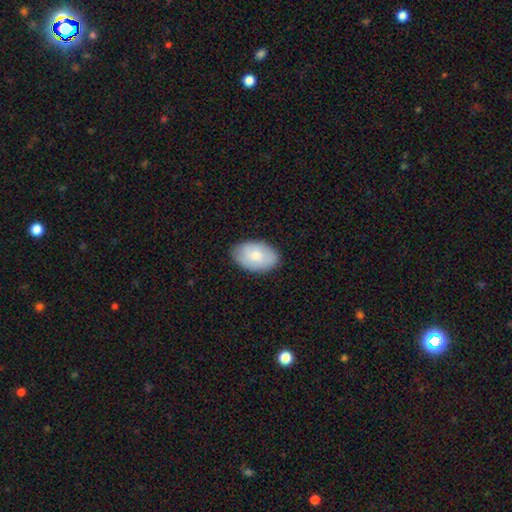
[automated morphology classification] The model was most divided on "smooth or featured": smooth: 75%, featured or disk: 19%, star or artifact: 6%. More confident: how rounded — in between (91%); merging — none (83%).